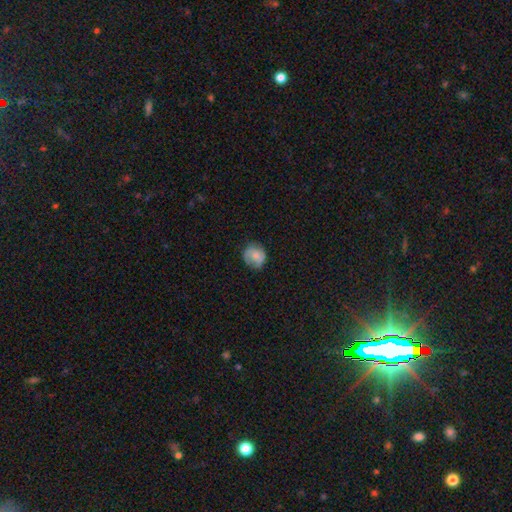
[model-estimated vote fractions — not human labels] Overall: smooth (68%). How rounded: round (79%). Merging: none (71%).